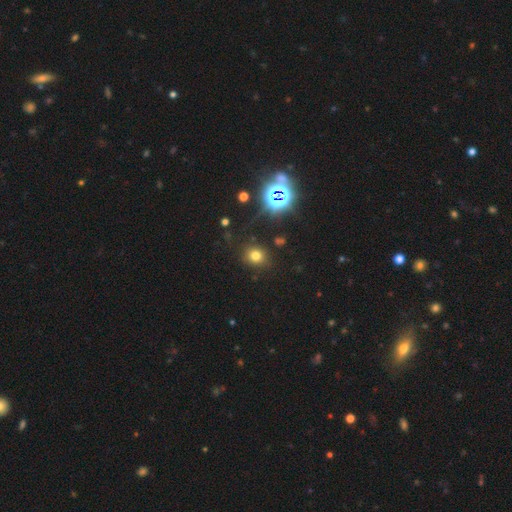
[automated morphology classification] Smooth or featured: smooth — 70% (star or artifact — 22%)
How rounded: round — 78% (in between — 21%)
Merging: none — 84% (minor disturbance — 9%)